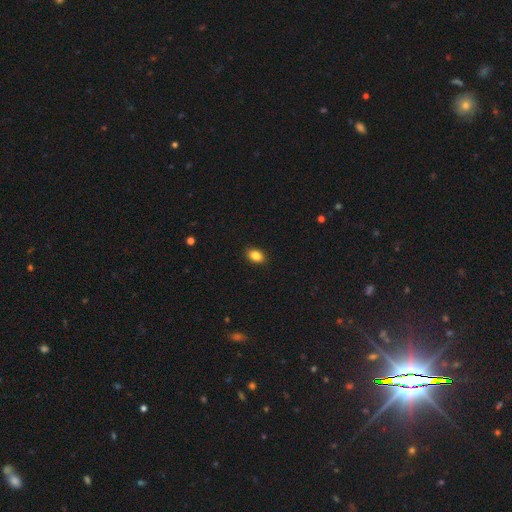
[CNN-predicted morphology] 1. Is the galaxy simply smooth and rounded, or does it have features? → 85% smooth, 9% star or artifact, 6% featured or disk.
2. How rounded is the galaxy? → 82% in between, 17% round, 2% cigar-shaped.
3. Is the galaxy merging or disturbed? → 90% none, 8% minor disturbance, 2% major disturbance, 1% merger.